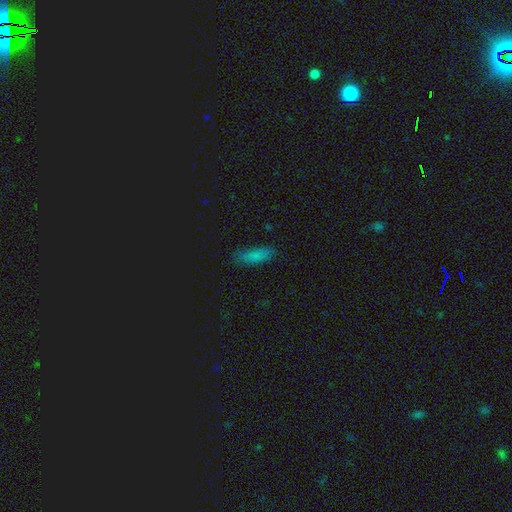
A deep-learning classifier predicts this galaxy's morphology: The model was most divided on "how rounded": in between: 59%, cigar-shaped: 38%, round: 3%. More confident: smooth or featured — smooth (79%); merging — none (77%).